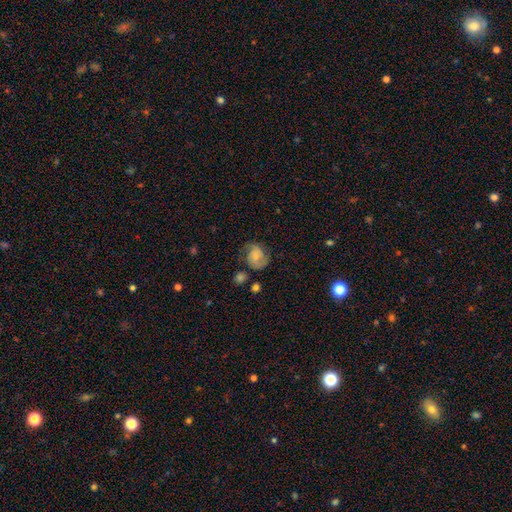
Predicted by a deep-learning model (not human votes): Smooth or featured? Predicted: featured or disk (p=0.50). Merging? Predicted: none (p=0.60).